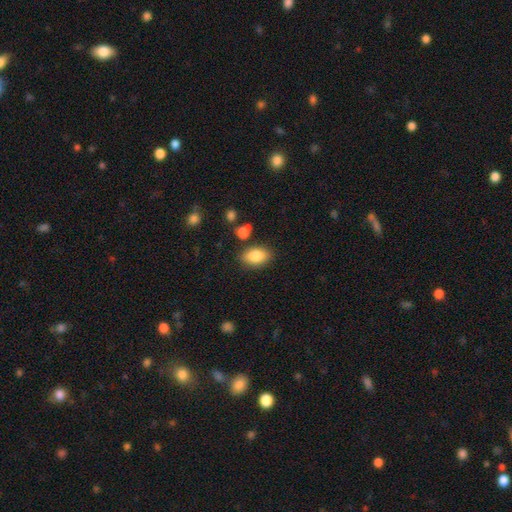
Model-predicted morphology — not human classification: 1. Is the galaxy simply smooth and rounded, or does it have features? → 85% smooth, 8% star or artifact, 7% featured or disk.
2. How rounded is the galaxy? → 89% in between, 10% round, 2% cigar-shaped.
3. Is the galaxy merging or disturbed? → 80% none, 12% minor disturbance, 4% merger, 3% major disturbance.